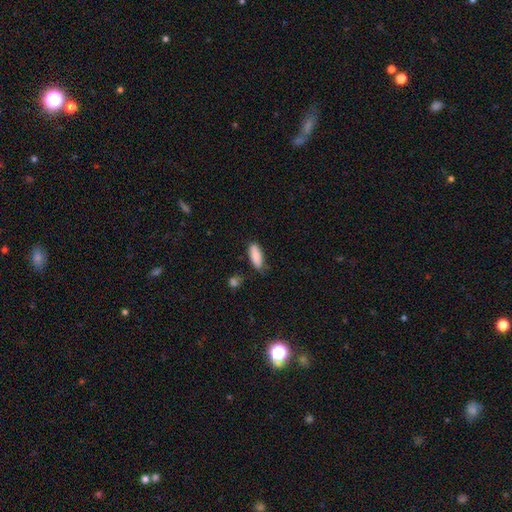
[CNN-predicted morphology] A smooth galaxy with no disk features (87%) that is in between round and cigar-shaped (71%). Merging: none (65%).